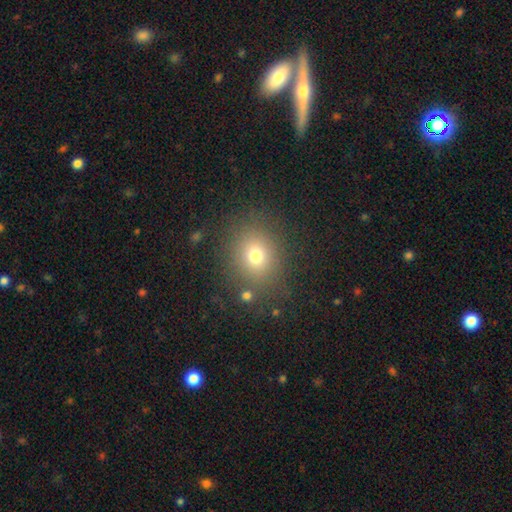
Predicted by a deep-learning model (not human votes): The model was most divided on "how rounded": round: 70%, in between: 29%, cigar-shaped: 1%. More confident: merging — none (82%); smooth or featured — smooth (71%).